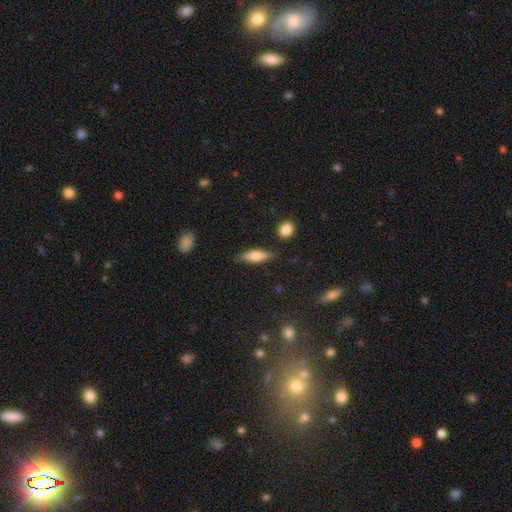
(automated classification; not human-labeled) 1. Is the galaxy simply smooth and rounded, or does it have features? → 68% smooth, 25% featured or disk, 7% star or artifact.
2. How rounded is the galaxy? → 49% in between, 48% cigar-shaped, 3% round.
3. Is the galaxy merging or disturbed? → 80% none, 14% minor disturbance, 4% major disturbance, 3% merger.